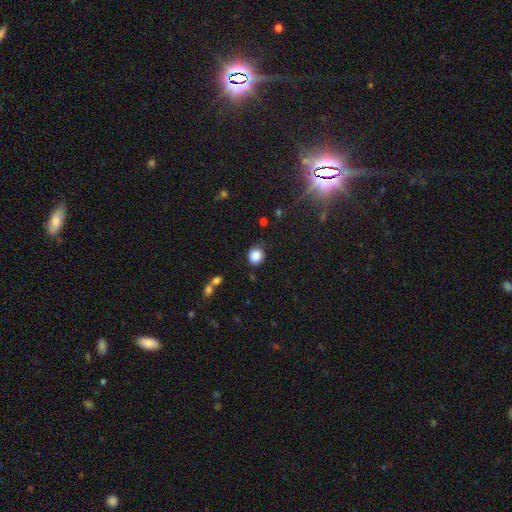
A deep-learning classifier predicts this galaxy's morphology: type=smooth (87%); roundness=round (82%); merging=none (83%).